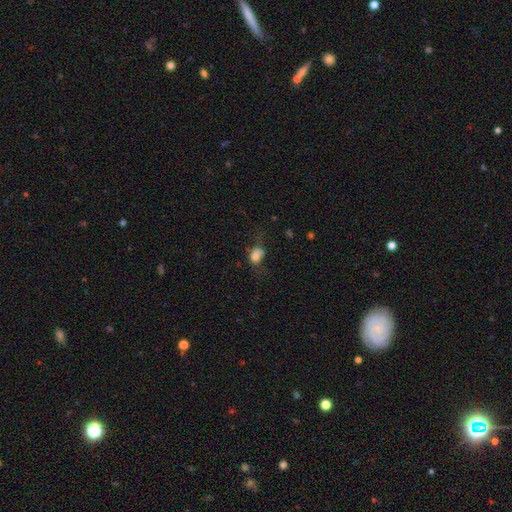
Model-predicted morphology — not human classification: Q: Smooth or featured?
A: smooth (72%); runner-up: featured or disk (16%)
Q: How rounded?
A: in between (50%); runner-up: round (48%)
Q: Merging?
A: none (34%); runner-up: major disturbance (31%)